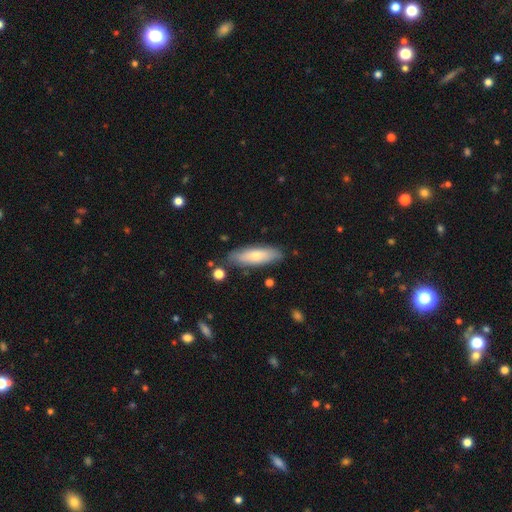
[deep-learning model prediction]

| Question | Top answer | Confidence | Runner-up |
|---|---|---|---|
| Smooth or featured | smooth | 70% | featured or disk (24%) |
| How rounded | in between | 50% | cigar-shaped (49%) |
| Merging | none | 80% | minor disturbance (14%) |